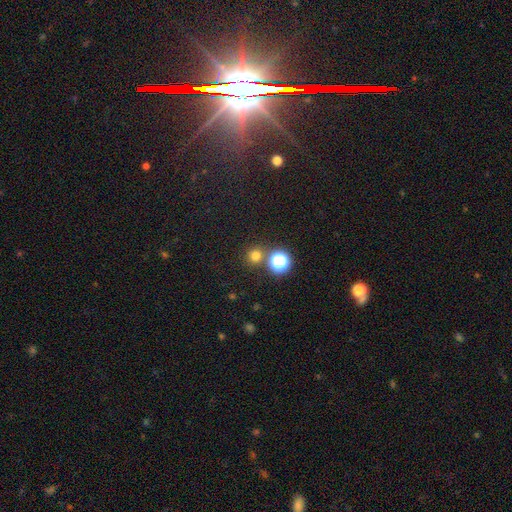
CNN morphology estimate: The model was most divided on "smooth or featured": smooth: 72%, star or artifact: 22%, featured or disk: 5%. More confident: how rounded — round (92%); merging — none (80%).